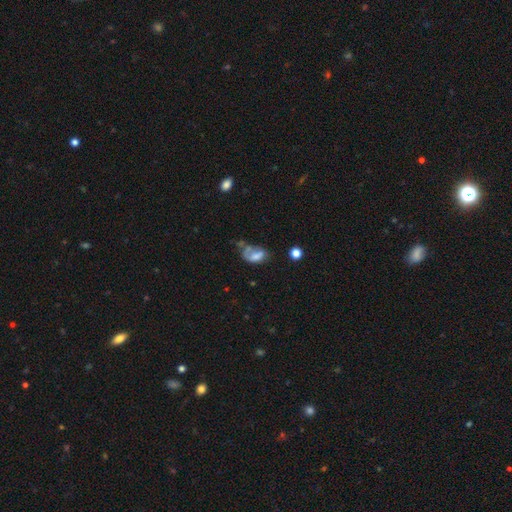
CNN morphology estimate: type=smooth (55%); roundness=in between (86%); merging=major disturbance (36%).